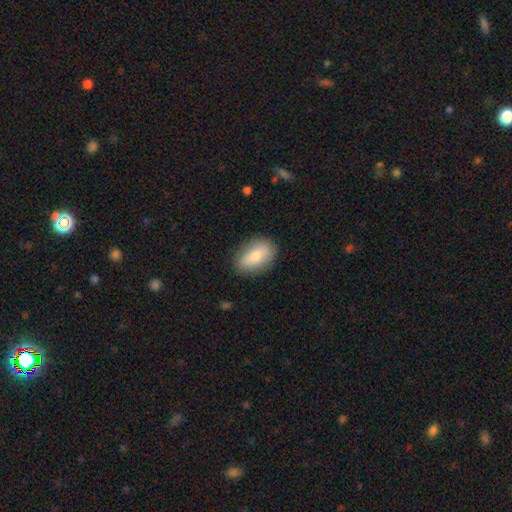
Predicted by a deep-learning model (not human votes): This appears to be a smooth galaxy with no disk features (73%) that is in between round and cigar-shaped (86%). Merging: none (85%).